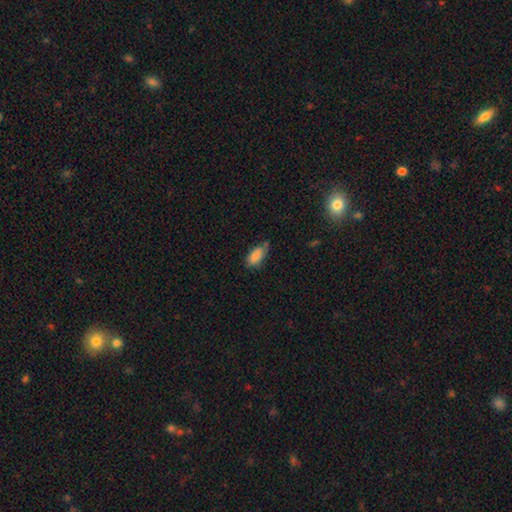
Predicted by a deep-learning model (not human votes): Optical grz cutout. It shows a smooth galaxy with no disk features (82%) that is in between round and cigar-shaped (86%). Merging: none (58%).